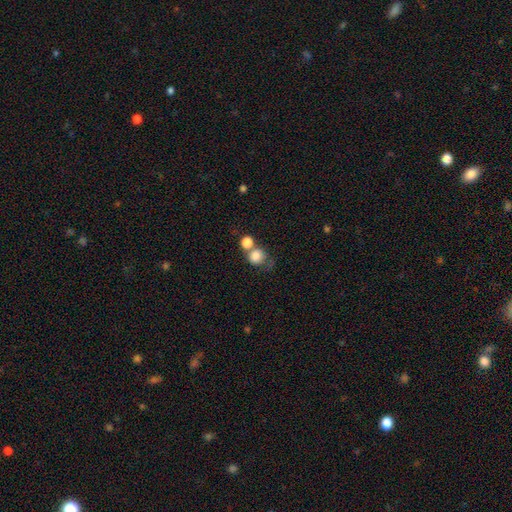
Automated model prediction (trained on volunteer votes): Q: Smooth or featured?
A: smooth (81%); runner-up: star or artifact (10%)
Q: How rounded?
A: round (82%); runner-up: in between (17%)
Q: Merging?
A: merger (45%); runner-up: none (40%)